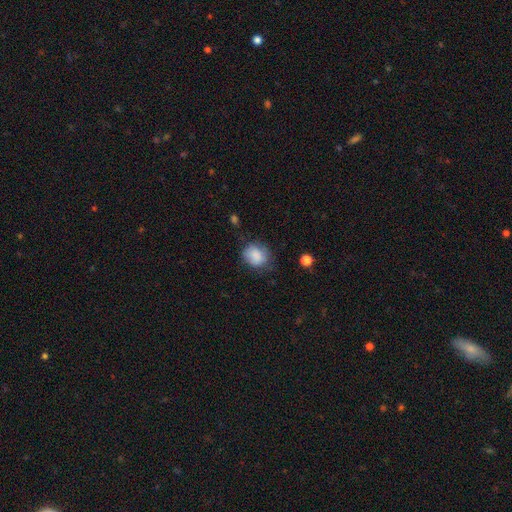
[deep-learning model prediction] Overall: smooth (84%). How rounded: round (61%; in between 38%). Merging: none (61%; minor disturbance 28%).